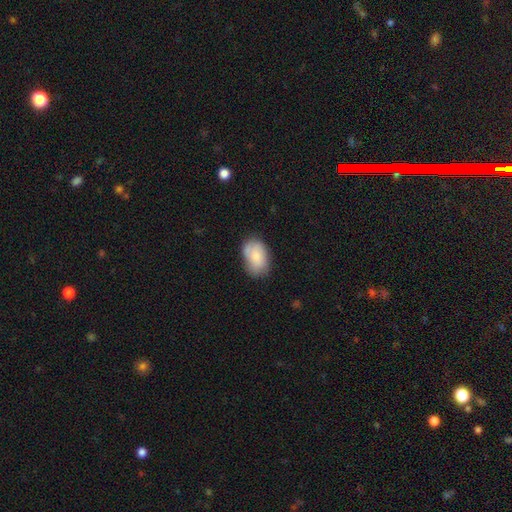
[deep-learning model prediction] Smooth or featured? smooth (79%)
How rounded? in between (88%)
Merging? none (63%)